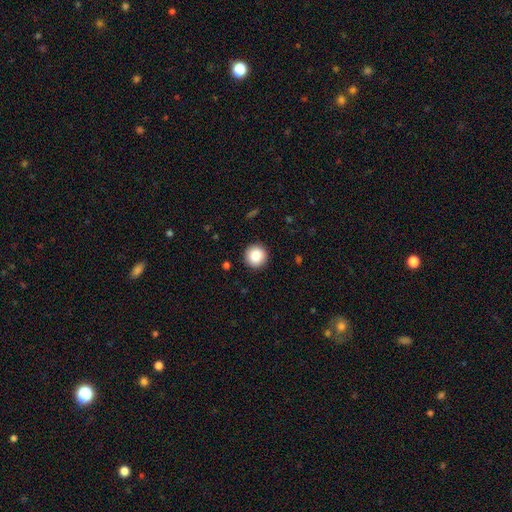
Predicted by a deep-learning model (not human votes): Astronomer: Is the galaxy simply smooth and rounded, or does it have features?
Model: smooth — 86%.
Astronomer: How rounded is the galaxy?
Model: round — 96%.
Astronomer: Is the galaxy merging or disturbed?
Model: none — 92%.